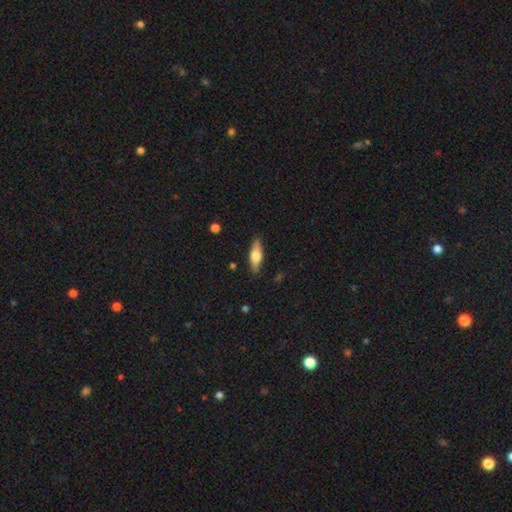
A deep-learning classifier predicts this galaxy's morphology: type=smooth (60%); roundness=in between (58%); merging=none (87%).